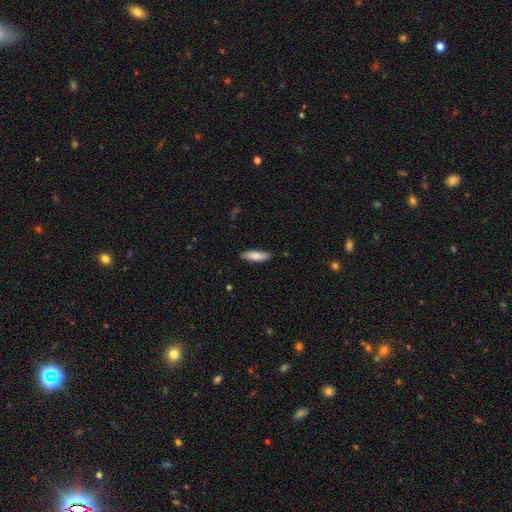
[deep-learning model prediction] Smooth or featured?
  - smooth: 81% *
  - featured or disk: 14%
  - star or artifact: 6%
How rounded?
  - in between: 50% *
  - cigar-shaped: 49%
  - round: 2%
Merging?
  - none: 86% *
  - minor disturbance: 11%
  - major disturbance: 2%
  - merger: 1%